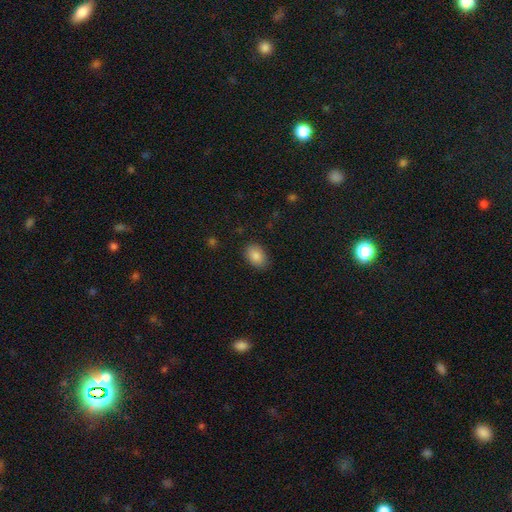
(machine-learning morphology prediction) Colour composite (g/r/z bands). It shows a smooth galaxy with no disk features (86%) that is in between round and cigar-shaped (81%). Merging: none (86%).